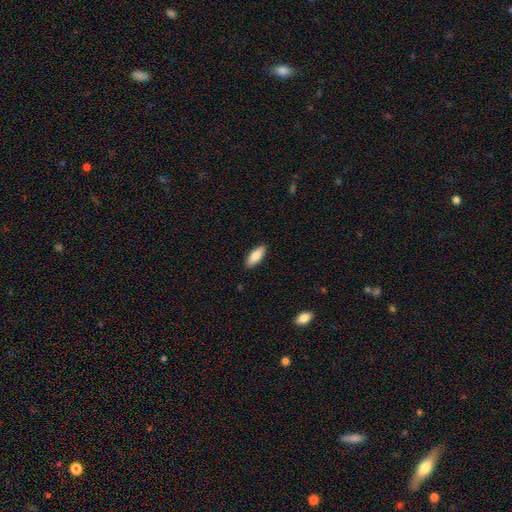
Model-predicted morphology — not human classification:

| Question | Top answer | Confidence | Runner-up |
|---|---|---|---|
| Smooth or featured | smooth | 84% | featured or disk (10%) |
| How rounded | in between | 75% | cigar-shaped (23%) |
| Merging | none | 89% | minor disturbance (8%) |